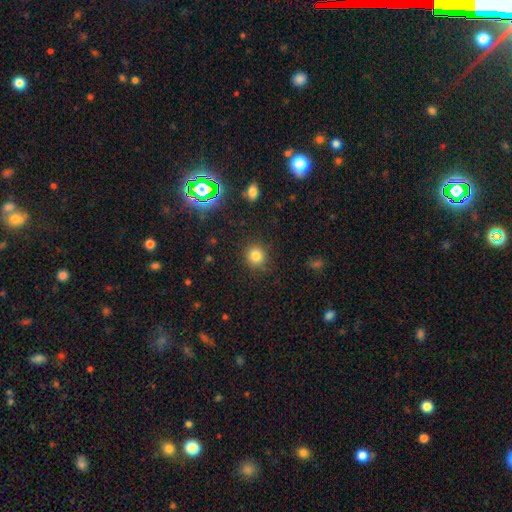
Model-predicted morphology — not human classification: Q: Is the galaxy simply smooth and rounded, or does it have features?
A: smooth — 80%.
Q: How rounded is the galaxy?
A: round — 90%.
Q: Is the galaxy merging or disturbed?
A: none — 88%.